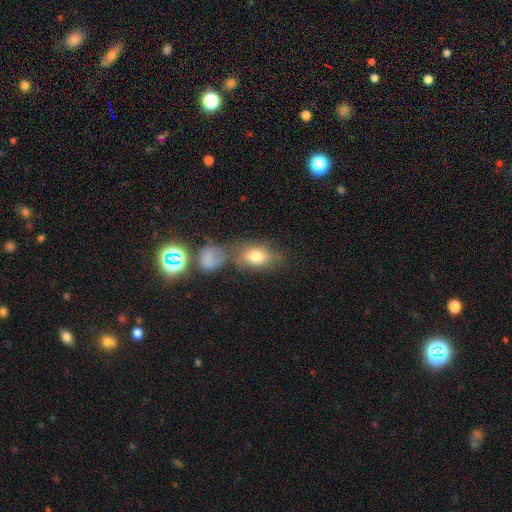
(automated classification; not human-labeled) Overall: smooth (75%). How rounded: in between (81%). Merging: none (46%; merger 29%).